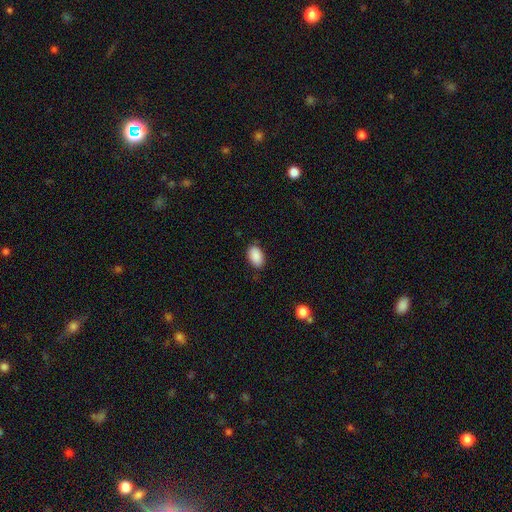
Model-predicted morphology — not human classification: Smooth or featured? smooth (90%)
How rounded? in between (92%)
Merging? none (84%)